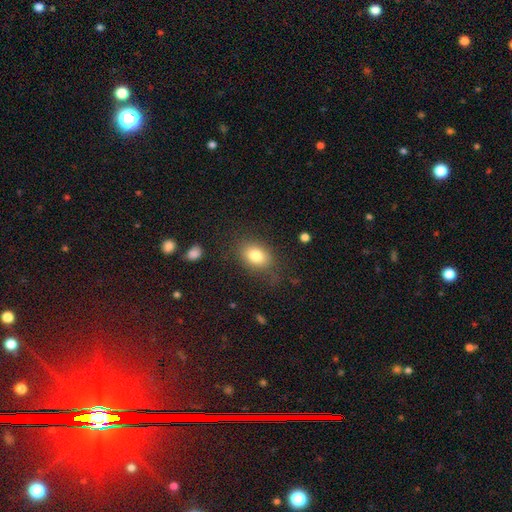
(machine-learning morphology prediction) Q: Smooth or featured?
A: smooth (81%); runner-up: featured or disk (10%)
Q: How rounded?
A: in between (74%); runner-up: round (25%)
Q: Merging?
A: none (77%); runner-up: minor disturbance (15%)